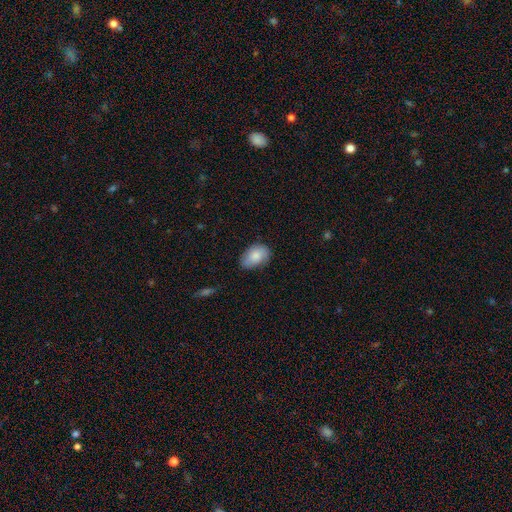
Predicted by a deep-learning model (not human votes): This appears to be a smooth galaxy with no disk features (81%) that is in between round and cigar-shaped (86%). Merging: none (69%).